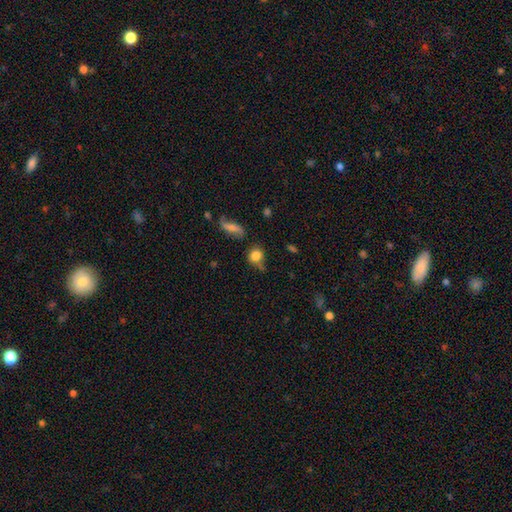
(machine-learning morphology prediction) A smooth galaxy with no disk features (79%) that is round (70%). Merging: none (53%).